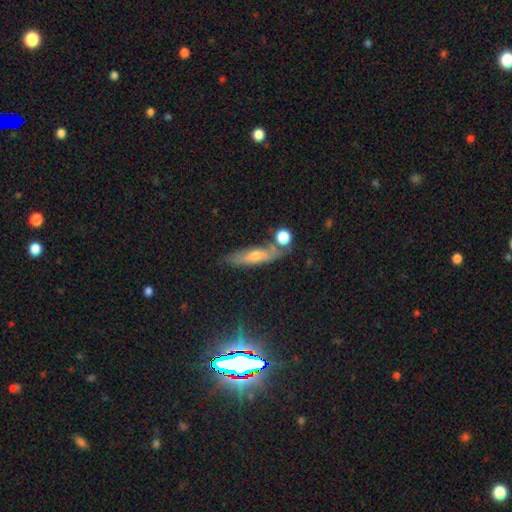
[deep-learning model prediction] Smooth or featured? Predicted: smooth (p=0.49). Merging? Predicted: none (p=0.68).